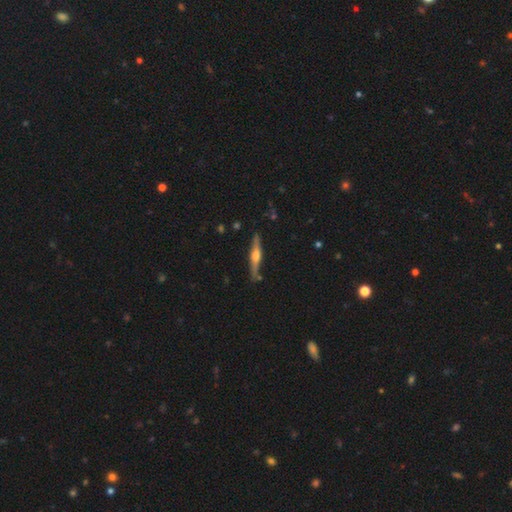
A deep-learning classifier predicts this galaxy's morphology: Smooth or featured? Predicted: featured or disk (p=0.73). Edge-on disk? Predicted: yes (p=0.97). Edge-on bulge? Predicted: rounded (p=0.87). Merging? Predicted: none (p=0.84).